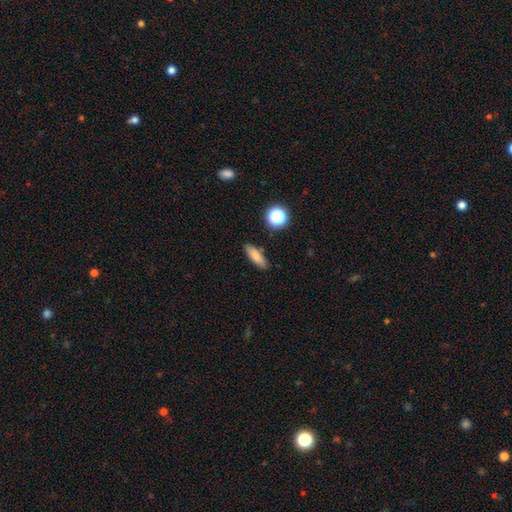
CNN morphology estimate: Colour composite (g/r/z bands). It shows a smooth galaxy with no disk features (78%) that is in between round and cigar-shaped (48%). Merging: none (85%).